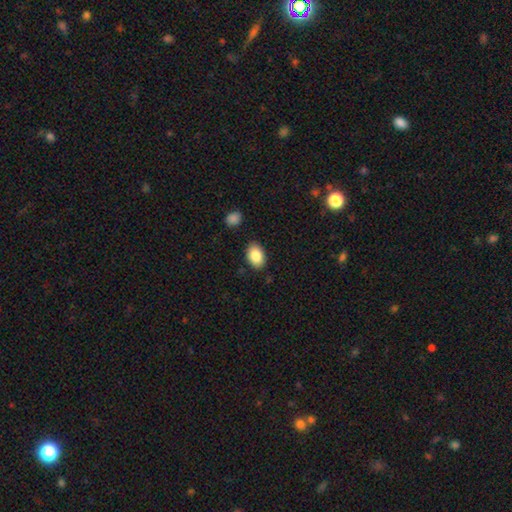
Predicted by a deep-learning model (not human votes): smooth-or-featured: smooth: 86% | star or artifact: 7% | featured or disk: 6%
  how-rounded: in between: 87% | round: 12% | cigar-shaped: 1%
  merging: none: 85% | minor disturbance: 10% | major disturbance: 2% | merger: 2%